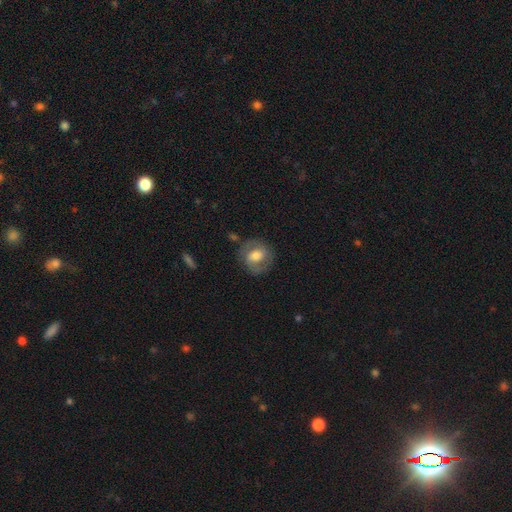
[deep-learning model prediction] Q: Smooth or featured?
A: smooth (47%); runner-up: featured or disk (46%)
Q: Merging?
A: none (74%); runner-up: minor disturbance (16%)